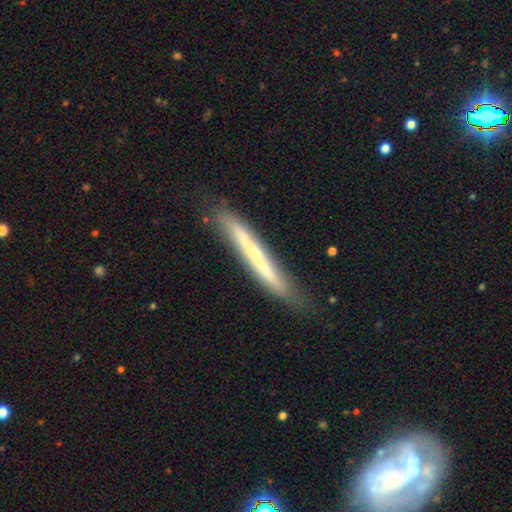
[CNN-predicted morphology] featured or disk 54%, smooth 40%, star or artifact 6%. Down the decision tree: edge-on disk — yes (92%); merging — none (78%).